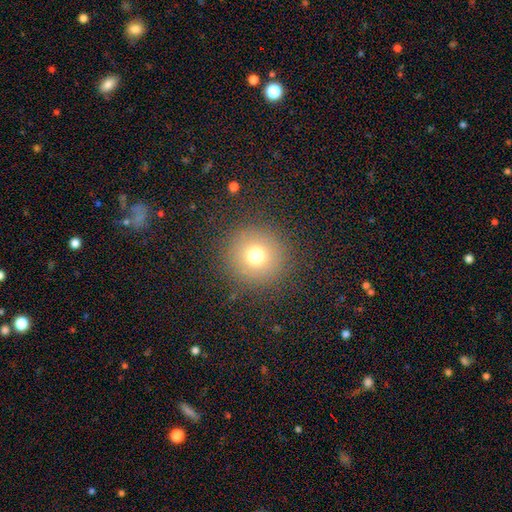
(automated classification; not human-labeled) Overall: smooth (73%). How rounded: round (96%). Merging: none (89%).